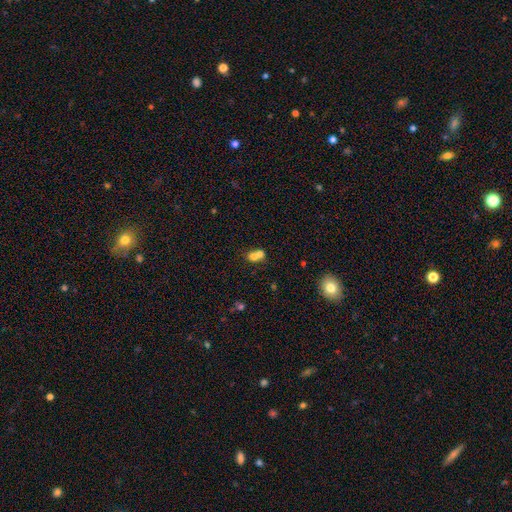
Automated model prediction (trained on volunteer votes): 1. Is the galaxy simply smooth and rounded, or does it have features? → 70% smooth, 18% featured or disk, 12% star or artifact.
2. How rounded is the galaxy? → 64% round, 35% in between, 1% cigar-shaped.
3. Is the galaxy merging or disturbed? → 68% merger, 23% none, 5% minor disturbance, 3% major disturbance.